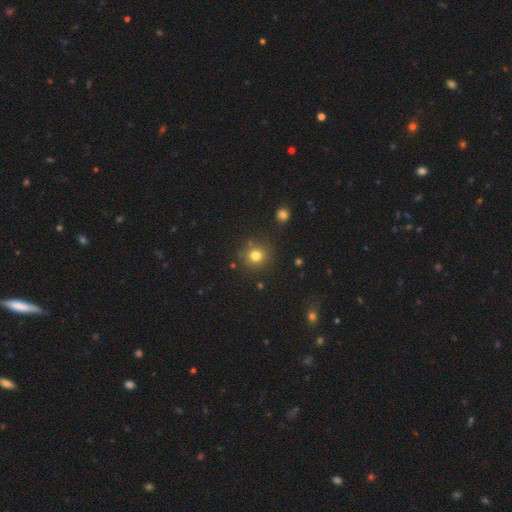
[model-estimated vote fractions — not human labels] smooth_or_featured: smooth (p=0.79) [alt: star or artifact p=0.15]
how_rounded: round (p=0.91) [alt: in between p=0.08]
merging: none (p=0.84) [alt: minor disturbance p=0.09]